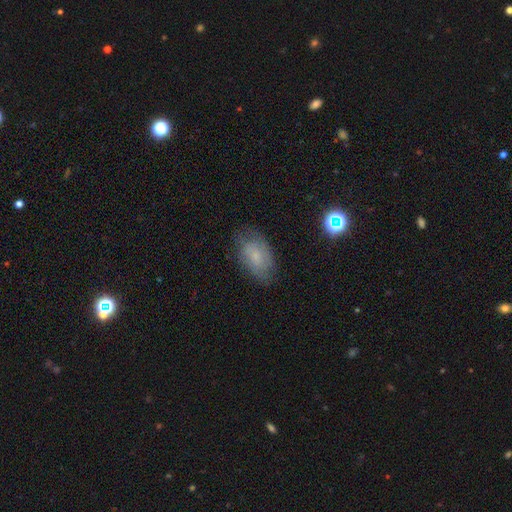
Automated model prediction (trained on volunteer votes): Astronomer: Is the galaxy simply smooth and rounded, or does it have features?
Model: smooth — 55% (runner-up: featured or disk, 34%).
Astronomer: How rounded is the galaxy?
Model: in between — 90%.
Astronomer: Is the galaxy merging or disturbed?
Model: none — 69%.